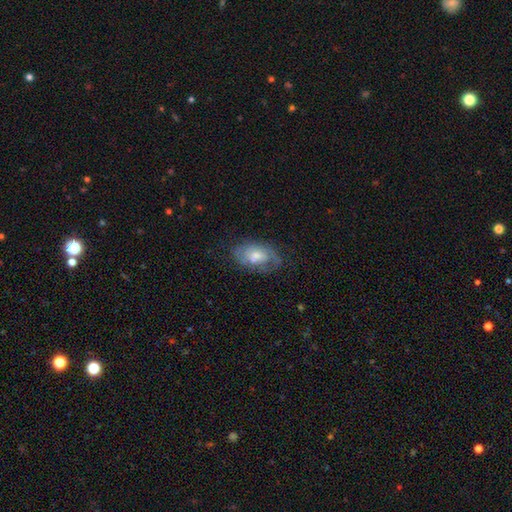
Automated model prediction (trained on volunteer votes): smooth_or_featured: featured or disk (p=0.58) [alt: smooth p=0.34]
disk_edge_on: no (p=0.95) [alt: yes p=0.05]
bar: no (p=0.64) [alt: weak p=0.31]
has_spiral_arms: yes (p=0.73) [alt: no p=0.27]
bulge_size: moderate (p=0.47) [alt: small p=0.38]
merging: none (p=0.58) [alt: minor disturbance p=0.25]